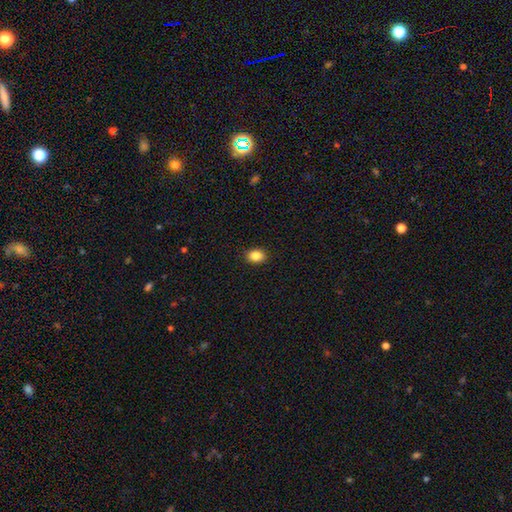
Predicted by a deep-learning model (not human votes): smooth-or-featured: smooth: 87% | star or artifact: 9% | featured or disk: 4%
  how-rounded: in between: 70% | round: 29% | cigar-shaped: 1%
  merging: none: 90% | minor disturbance: 7% | major disturbance: 2% | merger: 1%